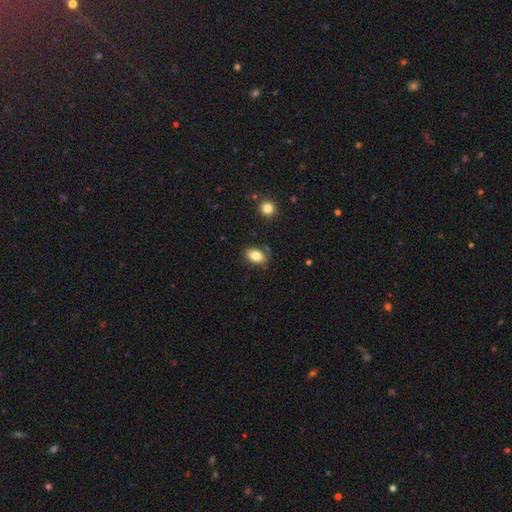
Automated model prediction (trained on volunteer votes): Smooth or featured? Predicted: smooth (p=0.83). How rounded? Predicted: in between (p=0.87). Merging? Predicted: none (p=0.80).